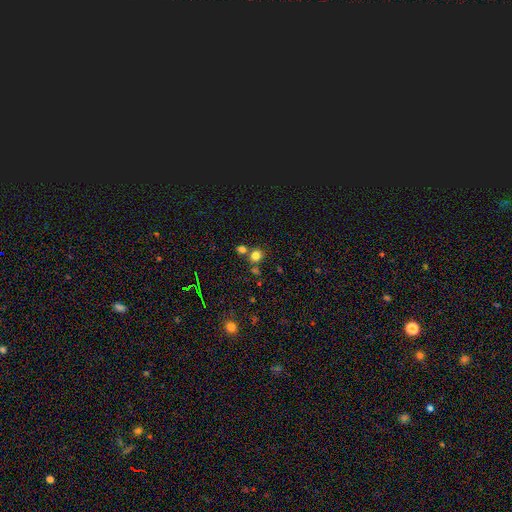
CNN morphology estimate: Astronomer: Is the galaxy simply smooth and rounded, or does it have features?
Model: smooth — 78%.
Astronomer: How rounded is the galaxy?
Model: round — 78%.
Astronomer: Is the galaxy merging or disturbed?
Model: none — 64%.